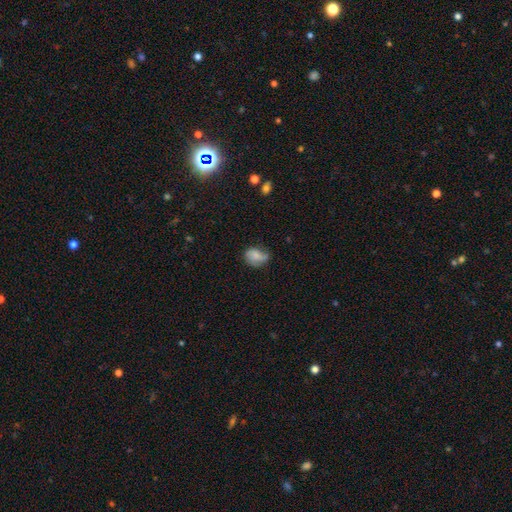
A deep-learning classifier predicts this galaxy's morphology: Smooth or featured: smooth — 63% (featured or disk — 28%)
How rounded: in between — 60% (round — 39%)
Merging: none — 45% (minor disturbance — 35%)